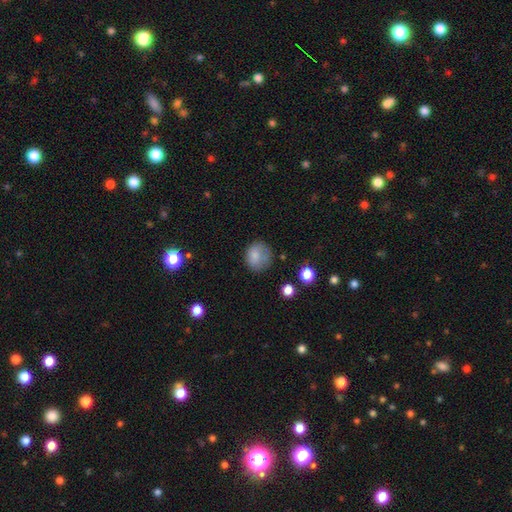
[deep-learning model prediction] A smooth galaxy with no disk features (80%) that is round (77%).

Vote fractions:
- Smooth or featured? smooth: 80% / featured or disk: 11% / star or artifact: 10%
- How rounded? round: 77% / in between: 22% / cigar-shaped: 1%
- Merging? none: 63% / minor disturbance: 24% / major disturbance: 10% / merger: 3%